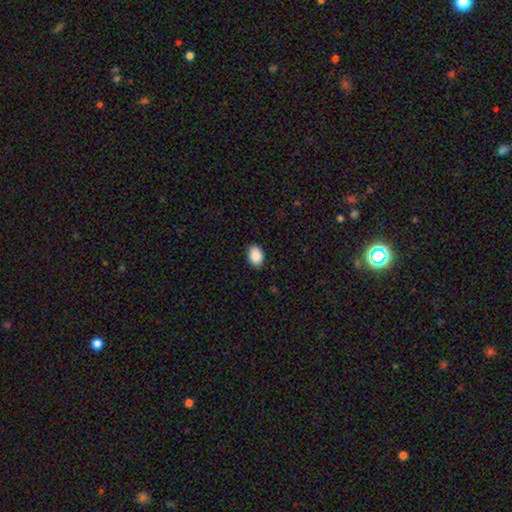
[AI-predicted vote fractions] This appears to be a smooth galaxy with no disk features (90%) that is in between round and cigar-shaped (84%). Merging: none (88%).